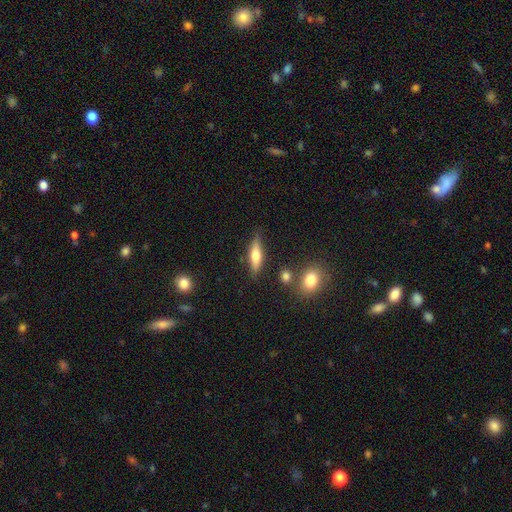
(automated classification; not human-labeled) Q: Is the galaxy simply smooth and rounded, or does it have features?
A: smooth — 54%.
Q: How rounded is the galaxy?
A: cigar-shaped — 60%.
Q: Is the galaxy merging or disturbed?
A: none — 79%.